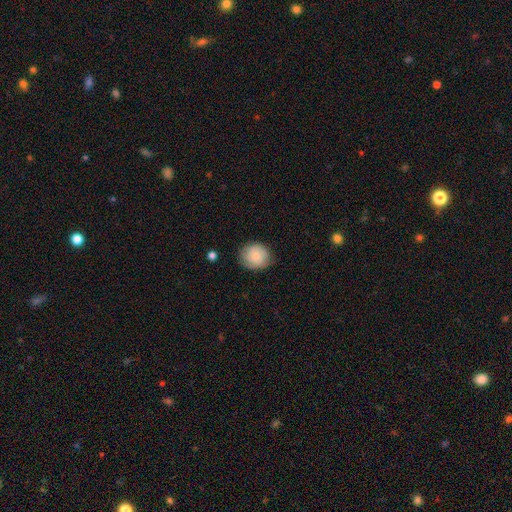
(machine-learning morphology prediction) Overall: smooth (69%). How rounded: round (76%). Merging: none (75%).